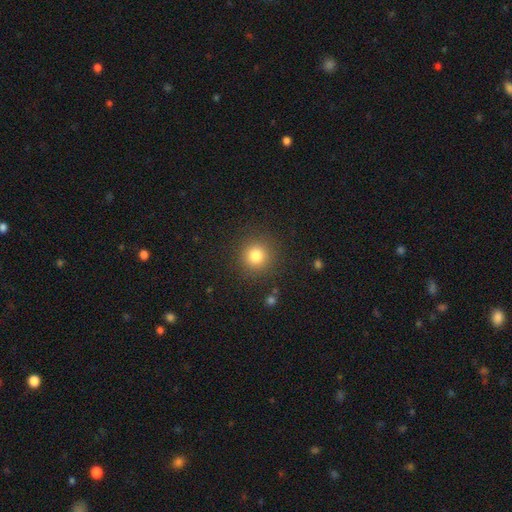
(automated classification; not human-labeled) Smooth or featured? smooth (81%)
How rounded? round (93%)
Merging? none (89%)